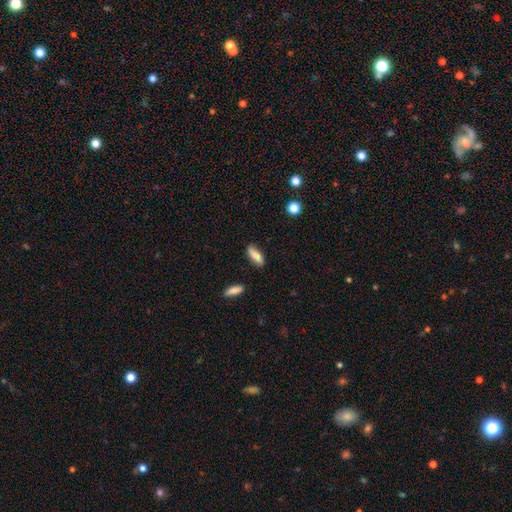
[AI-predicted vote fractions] smooth 80%, featured or disk 13%, star or artifact 7%. Down the decision tree: how rounded — in between (63%); merging — none (83%).